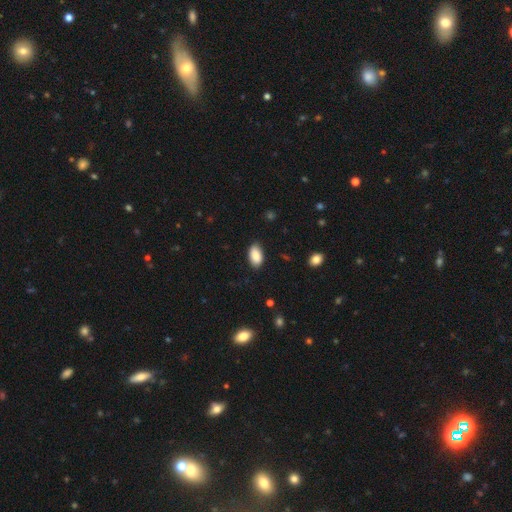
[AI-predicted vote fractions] This is clearly a smooth galaxy (87%). How rounded: clearly in between (94%). Merging: clearly none (86%).